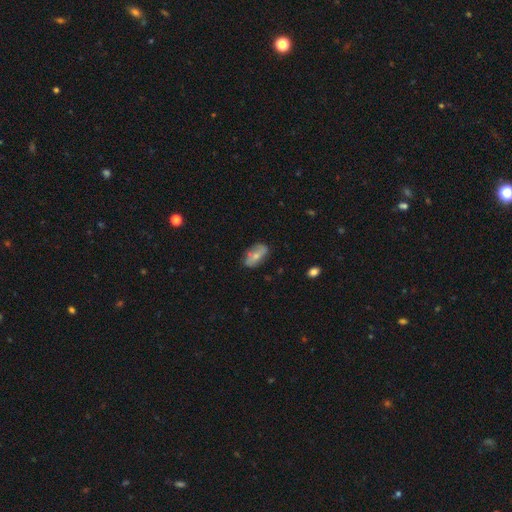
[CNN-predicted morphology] This is possibly a smooth galaxy (57%). How rounded: clearly in between (89%). Merging: likely none (74%).